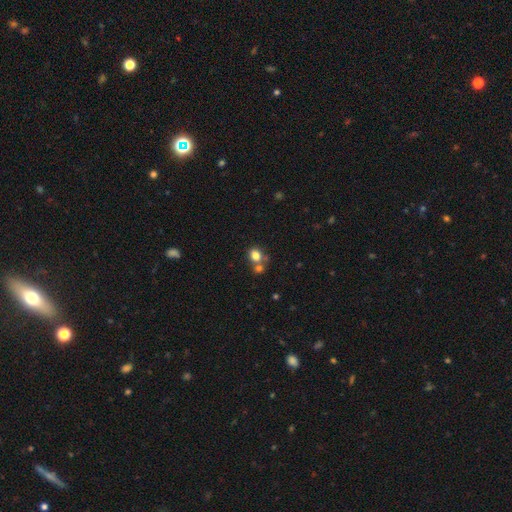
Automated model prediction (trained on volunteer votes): smooth_or_featured: smooth (p=0.79) [alt: star or artifact p=0.12]
how_rounded: round (p=0.65) [alt: in between p=0.34]
merging: none (p=0.50) [alt: merger p=0.36]